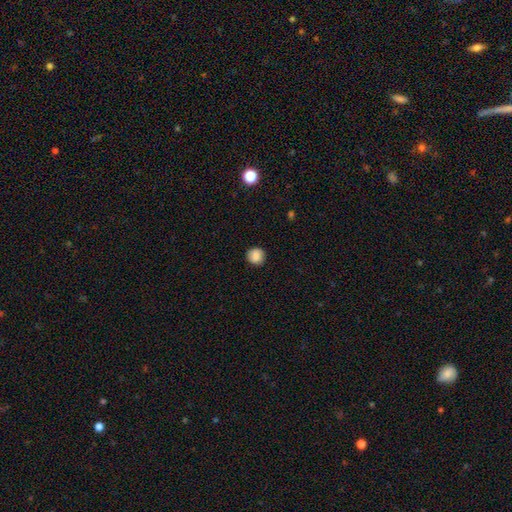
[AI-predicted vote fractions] A smooth galaxy with no disk features (86%) that is round (91%). Merging: none (88%).